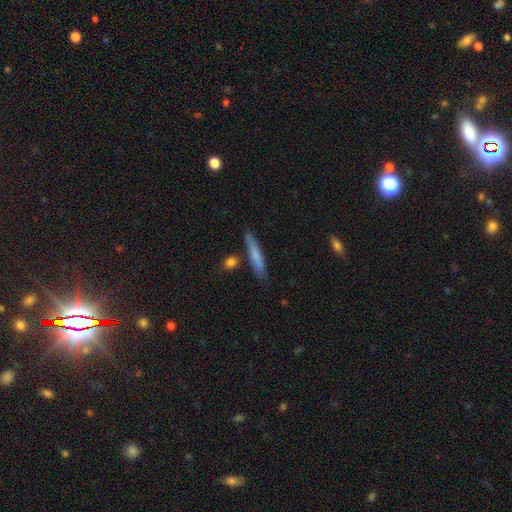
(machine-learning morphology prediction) Smooth or featured? smooth (68%)
How rounded? cigar-shaped (91%)
Merging? none (79%)